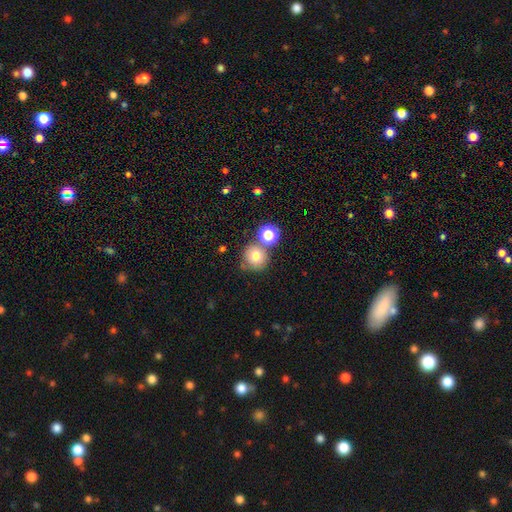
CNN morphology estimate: Q: Smooth or featured?
A: smooth (73%); runner-up: star or artifact (15%)
Q: How rounded?
A: round (91%); runner-up: in between (8%)
Q: Merging?
A: none (65%); runner-up: merger (20%)